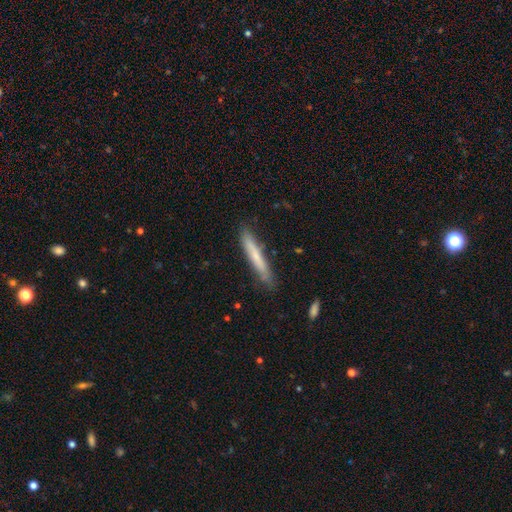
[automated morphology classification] type=smooth (64%); roundness=cigar-shaped (95%); merging=none (82%).